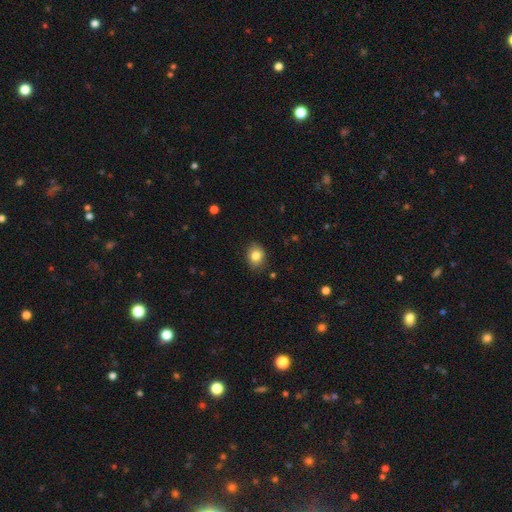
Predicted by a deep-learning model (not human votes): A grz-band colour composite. It shows a smooth galaxy with no disk features (83%) that is round (53%). Merging: none (86%).